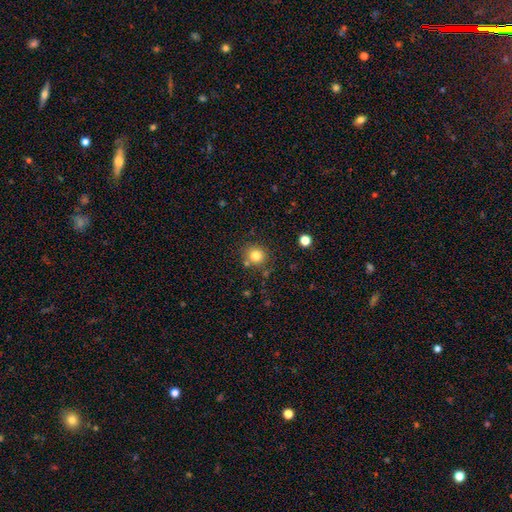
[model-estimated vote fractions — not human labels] smooth 81%, star or artifact 12%, featured or disk 7%. Down the decision tree: how rounded — round (86%); merging — none (78%).